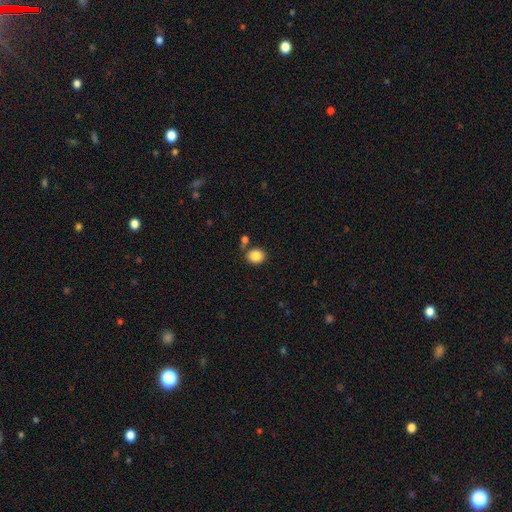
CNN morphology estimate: smooth-or-featured: smooth: 86% | star or artifact: 9% | featured or disk: 5%
  how-rounded: round: 57% | in between: 42% | cigar-shaped: 1%
  merging: none: 75% | merger: 11% | minor disturbance: 11% | major disturbance: 3%